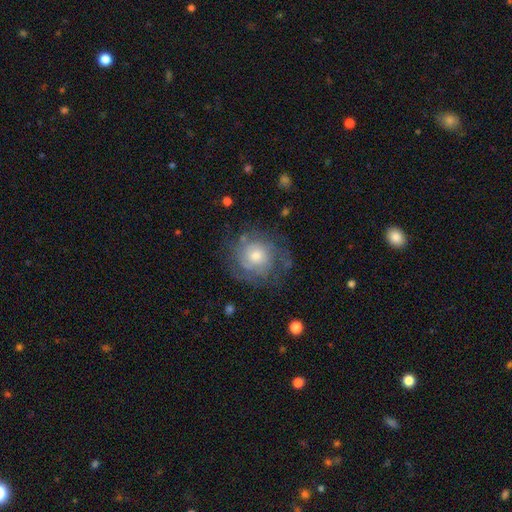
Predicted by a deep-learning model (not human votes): A featured or disk galaxy (66%) with no bar (81%), tight (63%) spiral arms (84%) and a moderate central bulge (57%).

Vote fractions:
- Smooth or featured? featured or disk: 66% / smooth: 26% / star or artifact: 8%
- Edge-on disk? no: 97% / yes: 3%
- Bar? no: 81% / weak: 17% / strong: 3%
- Spiral arms? yes: 84% / no: 16%
- Spiral winding? tight: 63% / medium: 27% / loose: 9%
- Spiral arm count? can't tell: 48% / 2: 20% / 3: 14% / 4: 7% / 1: 6% / more than 4: 5%
- Bulge size? moderate: 57% / small: 29% / large: 10% / none: 2% / dominant: 1%
- Merging? none: 71% / minor disturbance: 17% / major disturbance: 11% / merger: 1%